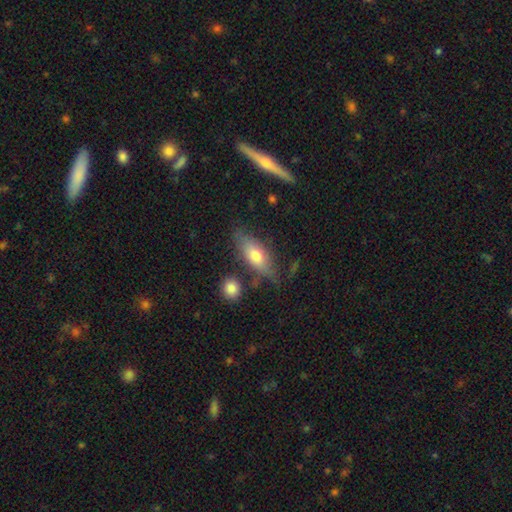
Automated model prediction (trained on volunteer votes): smooth_or_featured: smooth (p=0.63) [alt: featured or disk p=0.30]
how_rounded: in between (p=0.67) [alt: cigar-shaped p=0.30]
merging: none (p=0.69) [alt: minor disturbance p=0.19]